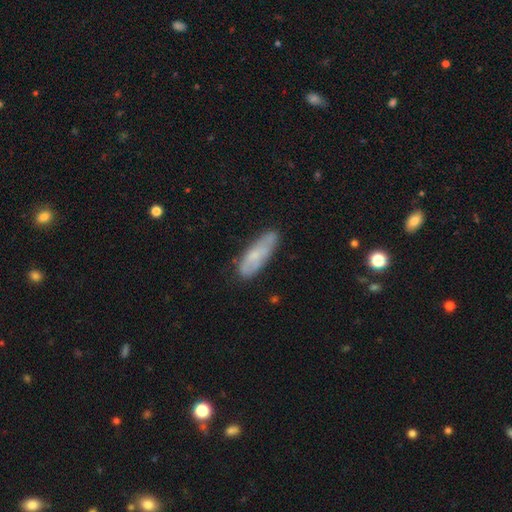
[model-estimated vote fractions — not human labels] smooth_or_featured: smooth (p=0.60) [alt: featured or disk p=0.33]
how_rounded: in between (p=0.49) [tied with: cigar-shaped p=0.49]
merging: none (p=0.69) [alt: minor disturbance p=0.23]